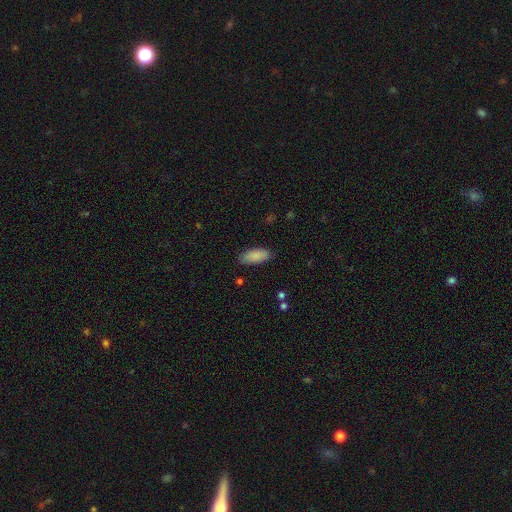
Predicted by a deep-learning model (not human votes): smooth-or-featured: smooth: 88% | star or artifact: 6% | featured or disk: 6%
  how-rounded: in between: 84% | cigar-shaped: 14% | round: 2%
  merging: none: 86% | minor disturbance: 10% | major disturbance: 2% | merger: 1%